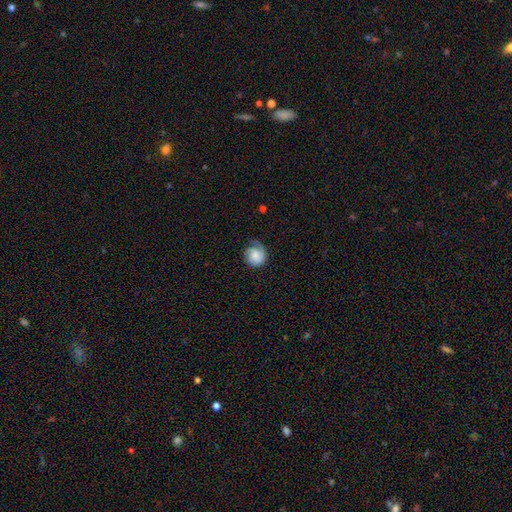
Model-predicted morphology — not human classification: A smooth galaxy with no disk features (57%) that is round (74%). Merging: none (49%).